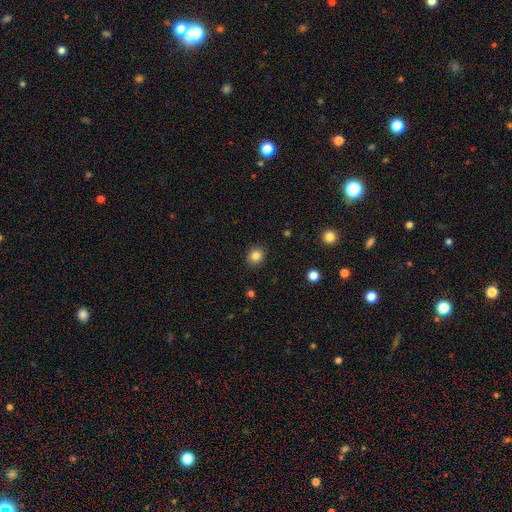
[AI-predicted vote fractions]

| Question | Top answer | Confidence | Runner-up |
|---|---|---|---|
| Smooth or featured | smooth | 83% | star or artifact (11%) |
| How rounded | round | 78% | in between (21%) |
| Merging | none | 89% | minor disturbance (8%) |